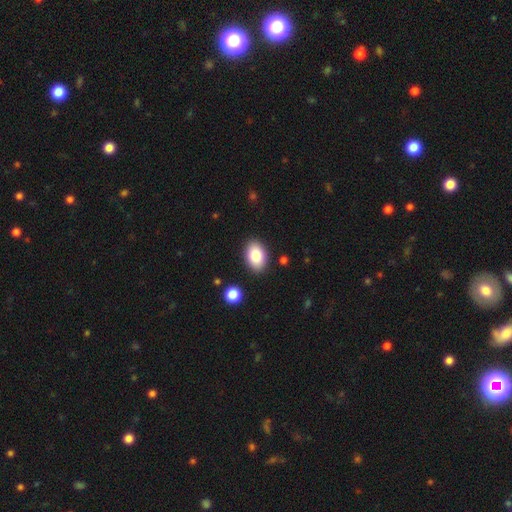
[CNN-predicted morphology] The model was most divided on "smooth or featured": smooth: 83%, featured or disk: 9%, star or artifact: 8%. More confident: merging — none (87%); how rounded — in between (87%).